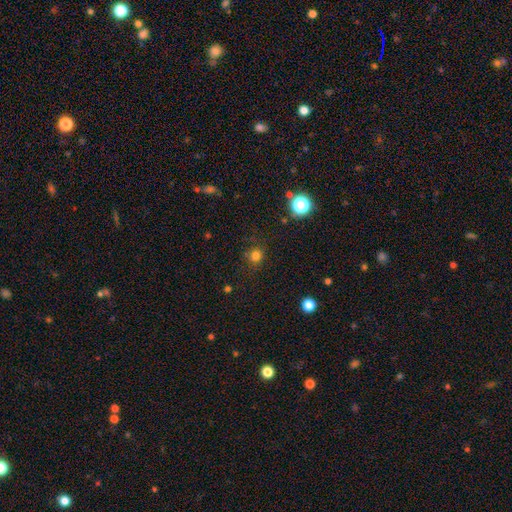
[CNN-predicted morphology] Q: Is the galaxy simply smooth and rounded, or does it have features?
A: smooth — 76%.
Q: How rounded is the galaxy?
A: round — 89%.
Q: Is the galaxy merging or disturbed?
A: none — 82%.